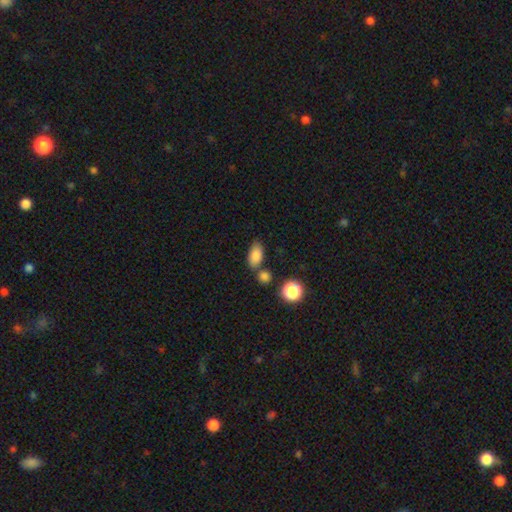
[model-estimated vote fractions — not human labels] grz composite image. It shows a smooth galaxy with no disk features (84%) that is in between round and cigar-shaped (88%). Merging: none (65%).